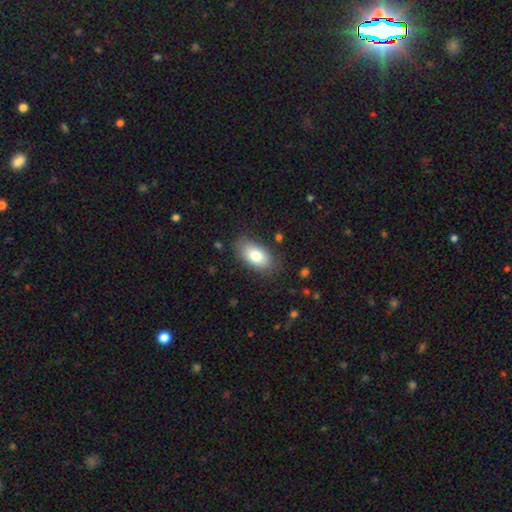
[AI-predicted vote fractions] Overall: smooth (78%). How rounded: in between (93%). Merging: none (82%).